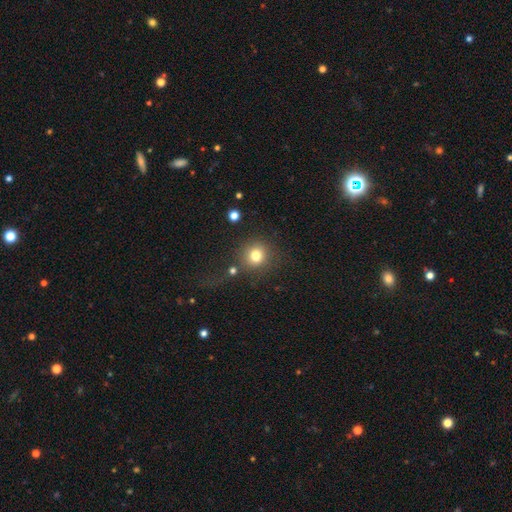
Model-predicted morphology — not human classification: The model was most divided on "merging": none: 72%, minor disturbance: 10%, major disturbance: 9%, merger: 8%. More confident: how rounded — round (89%); smooth or featured — smooth (79%).